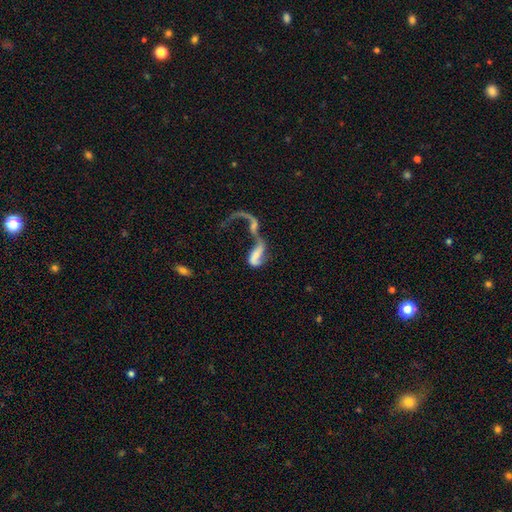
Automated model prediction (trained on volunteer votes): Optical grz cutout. It shows a featured or disk galaxy (61%) with no bar (55%), spiral arms (60%) and no central bulge (51%). Merging: merger (63%).